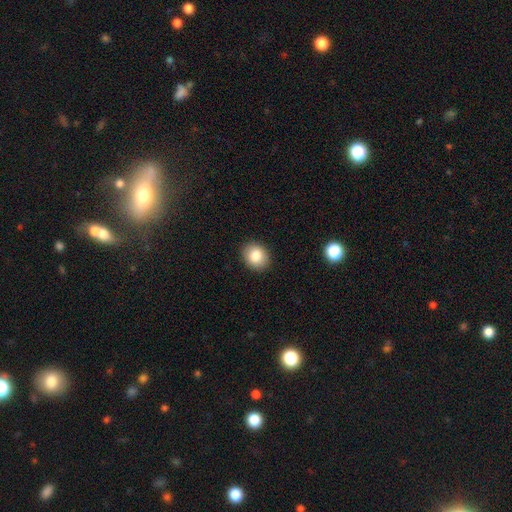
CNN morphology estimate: This is clearly a smooth galaxy (84%). How rounded: possibly round (57%). Merging: clearly none (90%).